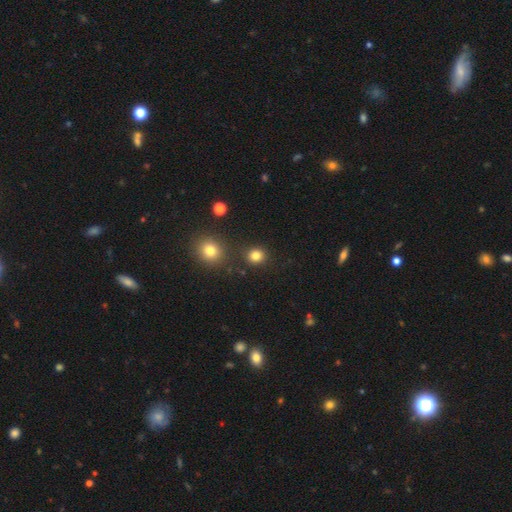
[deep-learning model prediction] smooth 82%, star or artifact 13%, featured or disk 5%. Down the decision tree: how rounded — round (83%); merging — none (85%).